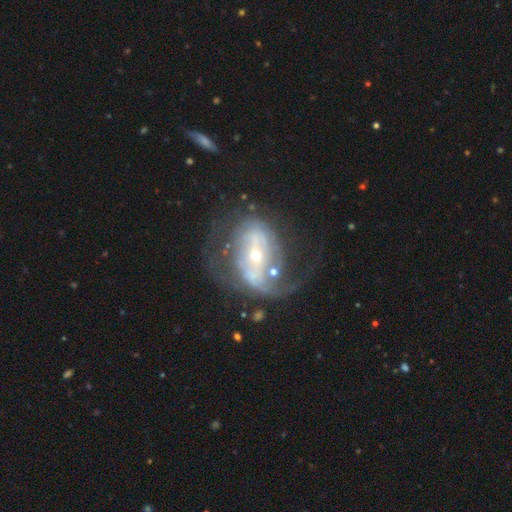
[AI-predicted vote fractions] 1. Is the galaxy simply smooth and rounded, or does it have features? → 81% featured or disk, 12% smooth, 7% star or artifact.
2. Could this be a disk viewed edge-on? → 95% no, 5% yes.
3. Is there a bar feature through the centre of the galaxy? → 36% strong, 33% no, 31% weak.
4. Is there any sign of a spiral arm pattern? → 76% yes, 24% no.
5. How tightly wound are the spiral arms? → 40% medium, 36% loose, 24% tight.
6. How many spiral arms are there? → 62% 2, 20% can't tell, 10% 1, 4% 3, 2% 4, 2% more than 4.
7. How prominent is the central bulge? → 63% small, 32% moderate, 3% large, 1% dominant, 1% none.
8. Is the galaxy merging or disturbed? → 42% none, 34% major disturbance, 17% minor disturbance, 7% merger.